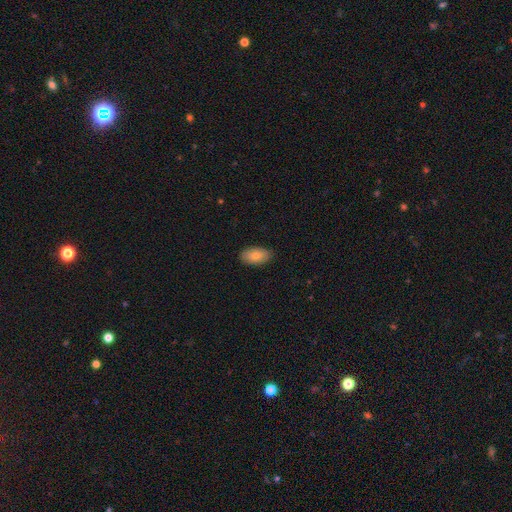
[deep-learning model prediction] A smooth galaxy with no disk features (82%) that is in between round and cigar-shaped (94%).

Vote fractions:
- Smooth or featured? smooth: 82% / featured or disk: 12% / star or artifact: 7%
- How rounded? in between: 94% / round: 3% / cigar-shaped: 3%
- Merging? none: 86% / minor disturbance: 11% / major disturbance: 2% / merger: 1%